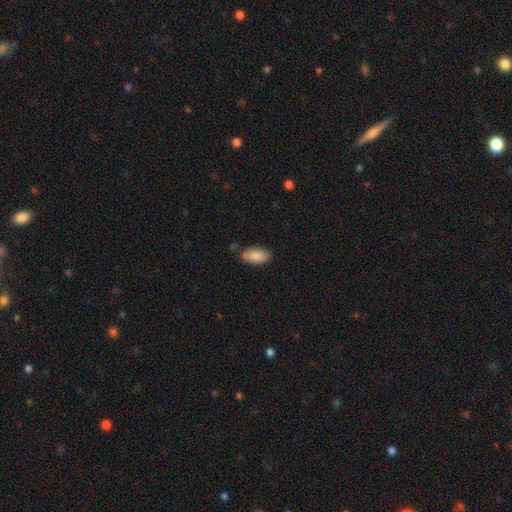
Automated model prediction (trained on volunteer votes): This is clearly a smooth galaxy (87%). How rounded: clearly in between (90%). Merging: likely none (78%).